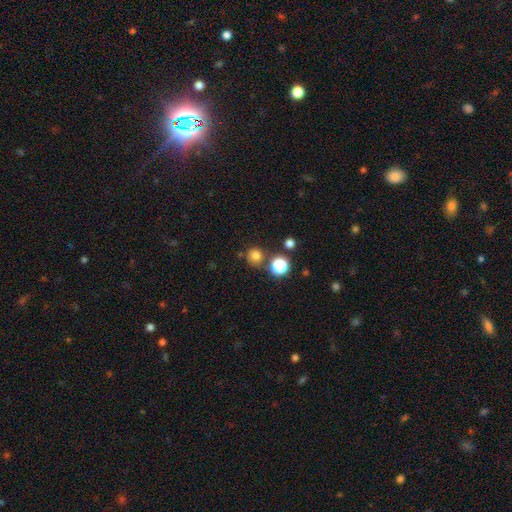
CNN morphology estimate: smooth_or_featured: smooth (p=0.77) [alt: star or artifact p=0.18]
how_rounded: round (p=0.92) [alt: in between p=0.07]
merging: none (p=0.77) [alt: merger p=0.10]